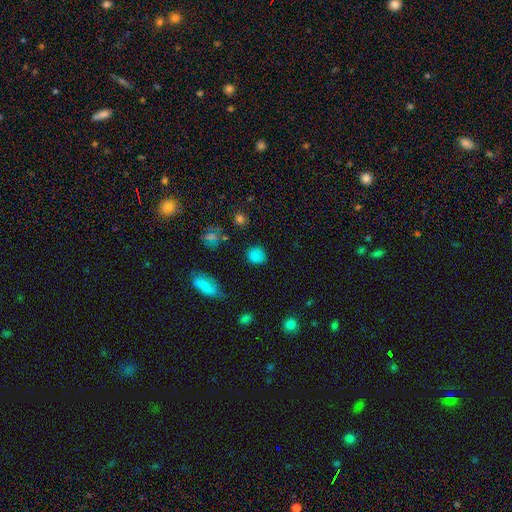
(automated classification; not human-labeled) Smooth or featured?
  - smooth: 80% *
  - star or artifact: 13%
  - featured or disk: 6%
How rounded?
  - round: 81% *
  - in between: 17%
  - cigar-shaped: 1%
Merging?
  - none: 83% *
  - minor disturbance: 12%
  - major disturbance: 3%
  - merger: 2%